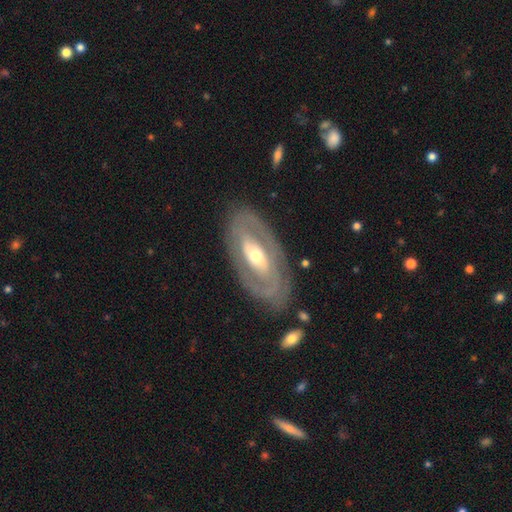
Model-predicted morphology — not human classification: Overall: featured or disk (78%). Edge-on disk: no (91%). Bar: no (49%; weak 26%). Spiral arms: yes (58%; no 42%). Bulge size: moderate (54%; small 38%). Merging: none (82%).